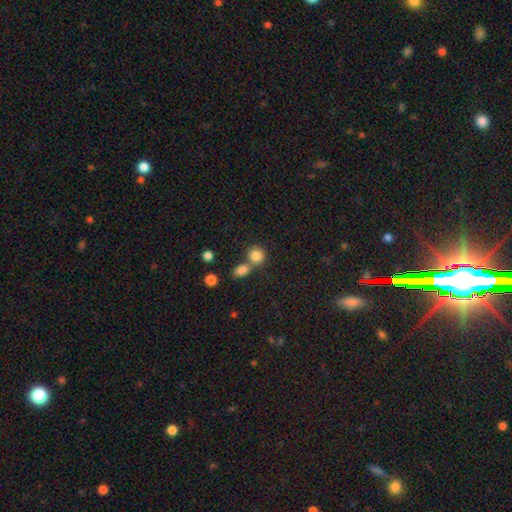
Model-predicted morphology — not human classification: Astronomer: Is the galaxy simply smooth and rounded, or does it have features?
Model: smooth — 84%.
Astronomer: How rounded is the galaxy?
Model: round — 80%.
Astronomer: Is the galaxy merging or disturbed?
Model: none — 53% (runner-up: merger, 35%).